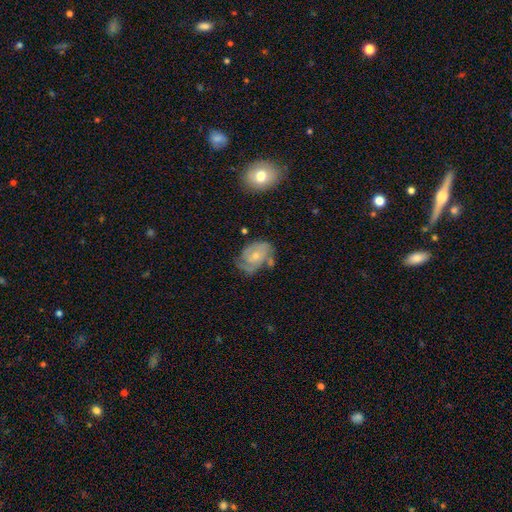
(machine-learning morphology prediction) Smooth or featured: featured or disk — 65% (smooth — 28%)
Edge-on disk: no — 97% (yes — 3%)
Bar: no — 73% (weak — 23%)
Spiral arms: yes — 82% (no — 18%)
Spiral winding: tight — 51% (medium — 35%)
Spiral arm count: 2 — 37% (can't tell — 33%)
Bulge size: small — 55% (moderate — 39%)
Merging: none — 47% (minor disturbance — 29%)